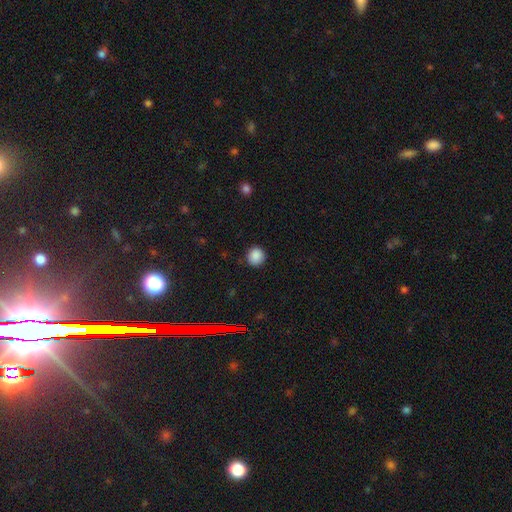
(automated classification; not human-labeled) The model was most divided on "smooth or featured": smooth: 87%, star or artifact: 10%, featured or disk: 3%. More confident: how rounded — round (92%); merging — none (89%).